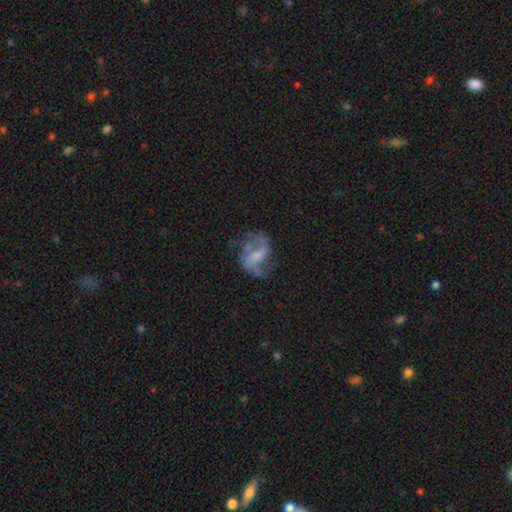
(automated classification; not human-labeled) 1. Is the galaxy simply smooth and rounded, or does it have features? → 78% featured or disk, 15% smooth, 7% star or artifact.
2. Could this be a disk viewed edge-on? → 97% no, 3% yes.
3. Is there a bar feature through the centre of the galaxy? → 50% weak, 29% strong, 21% no.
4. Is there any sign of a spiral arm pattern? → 89% yes, 11% no.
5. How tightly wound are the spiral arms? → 45% loose, 44% medium, 10% tight.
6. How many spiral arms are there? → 87% 2, 6% can't tell, 3% 1, 2% 3, 1% 4, 1% more than 4.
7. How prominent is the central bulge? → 33% small, 32% moderate, 27% none, 7% large, 1% dominant.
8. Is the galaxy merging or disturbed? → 60% none, 20% minor disturbance, 18% major disturbance, 2% merger.